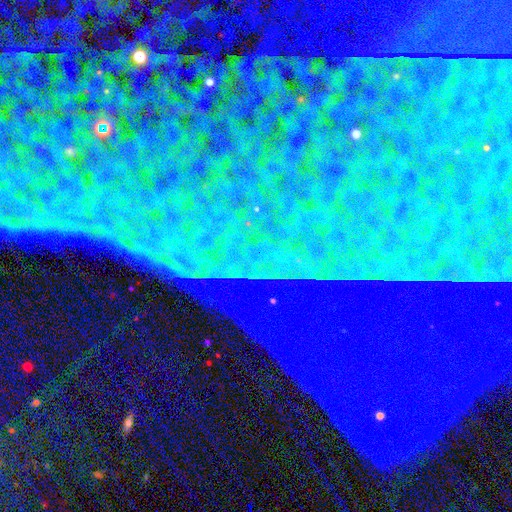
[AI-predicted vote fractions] star or artifact 87%, featured or disk 7%, smooth 5%.